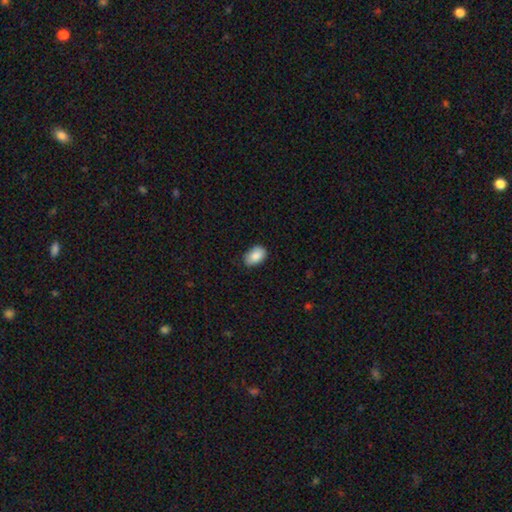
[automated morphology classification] smooth-or-featured: smooth: 87% | star or artifact: 7% | featured or disk: 6%
  how-rounded: in between: 87% | round: 11% | cigar-shaped: 1%
  merging: none: 76% | minor disturbance: 21% | major disturbance: 3% | merger: 1%